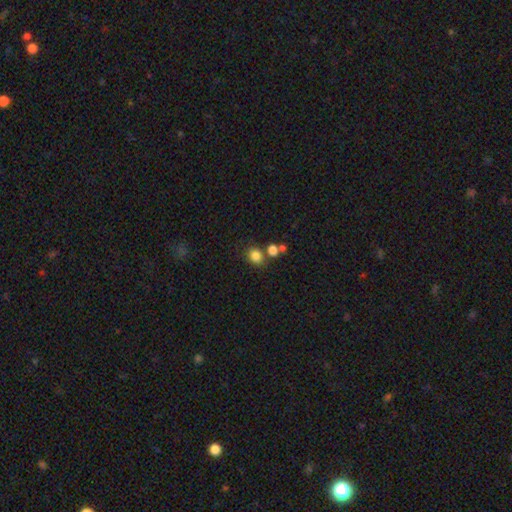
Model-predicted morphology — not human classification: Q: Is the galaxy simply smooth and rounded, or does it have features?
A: smooth — 83%.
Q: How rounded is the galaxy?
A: round — 71%.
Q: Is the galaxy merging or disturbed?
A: none — 69%.